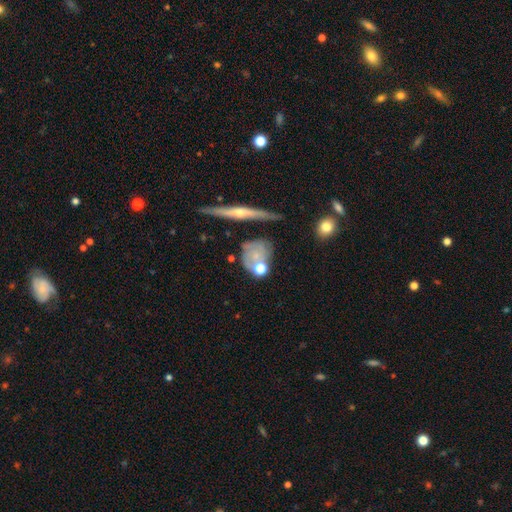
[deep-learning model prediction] A smooth galaxy with no disk features (53%) that is round (65%). Merging: none (53%).